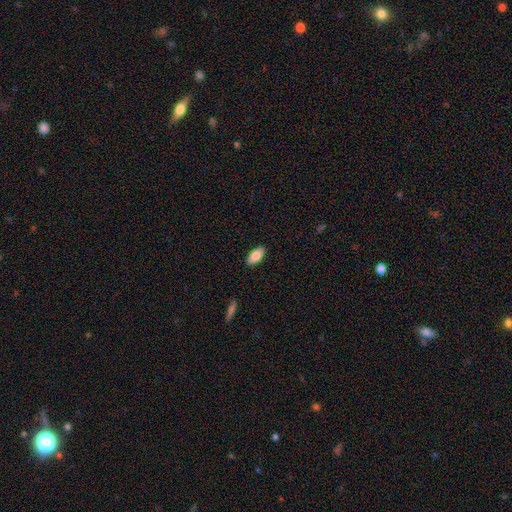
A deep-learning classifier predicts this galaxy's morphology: The model was most divided on "smooth or featured": smooth: 83%, featured or disk: 11%, star or artifact: 6%. More confident: merging — none (89%); how rounded — in between (89%).